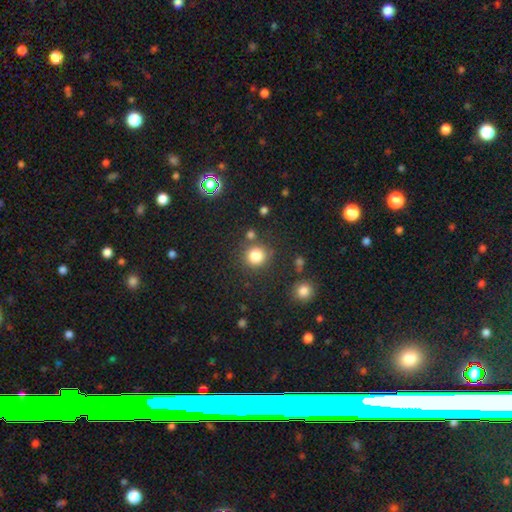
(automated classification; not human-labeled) Smooth or featured: smooth — 82% (star or artifact — 12%)
How rounded: round — 91% (in between — 8%)
Merging: none — 80% (minor disturbance — 9%)